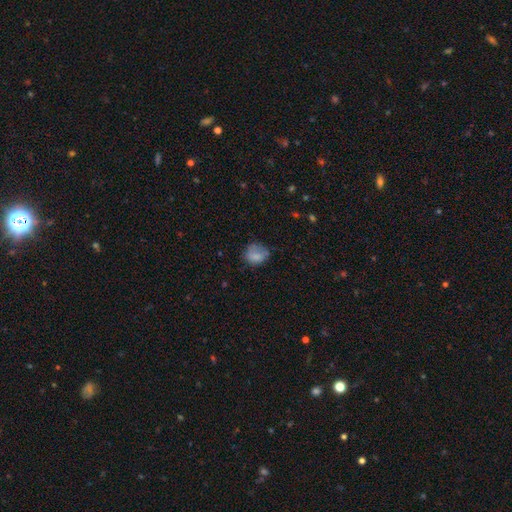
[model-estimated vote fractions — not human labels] Q: Smooth or featured?
A: smooth (78%); runner-up: featured or disk (12%)
Q: How rounded?
A: round (61%); runner-up: in between (38%)
Q: Merging?
A: none (54%); runner-up: minor disturbance (30%)